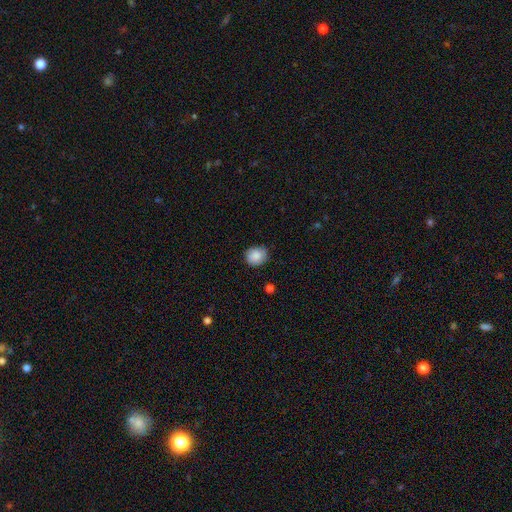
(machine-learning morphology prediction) type=smooth (86%); roundness=round (71%); merging=none (78%).